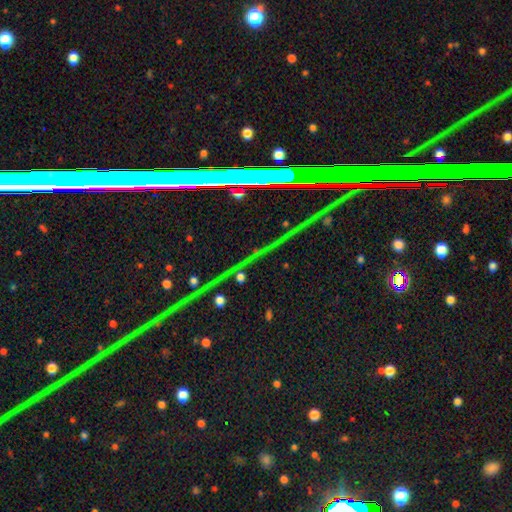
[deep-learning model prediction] Morphology: type=star or artifact (83%).